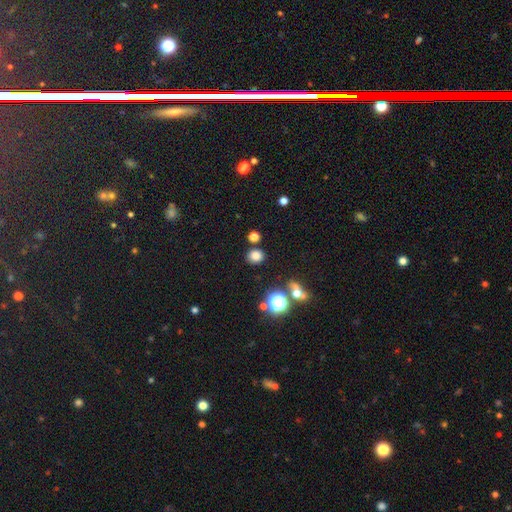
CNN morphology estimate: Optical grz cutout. It shows a smooth galaxy with no disk features (79%) that is round (77%). Merging: none (83%).